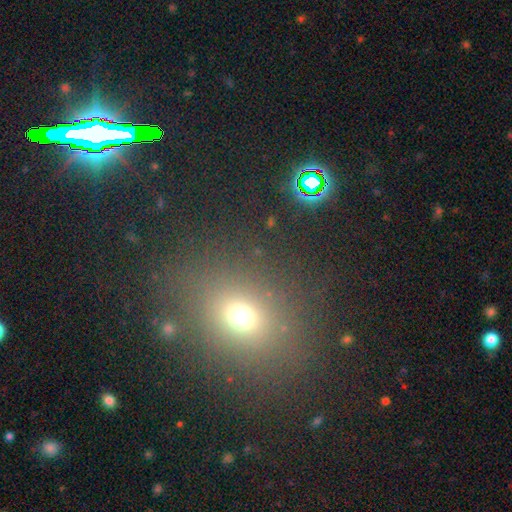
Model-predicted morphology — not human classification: smooth-or-featured: smooth: 52% | star or artifact: 37% | featured or disk: 11%
  how-rounded: round: 58% | in between: 40% | cigar-shaped: 2%
  merging: none: 86% | minor disturbance: 8% | major disturbance: 4% | merger: 3%